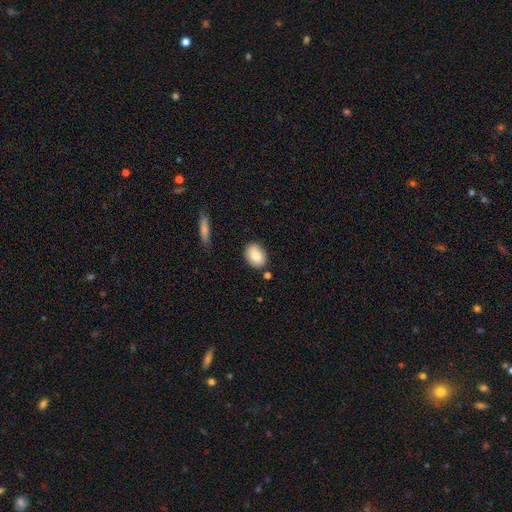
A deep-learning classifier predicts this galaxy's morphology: Q: Smooth or featured?
A: smooth (83%); runner-up: featured or disk (10%)
Q: How rounded?
A: in between (73%); runner-up: round (25%)
Q: Merging?
A: none (82%); runner-up: minor disturbance (12%)